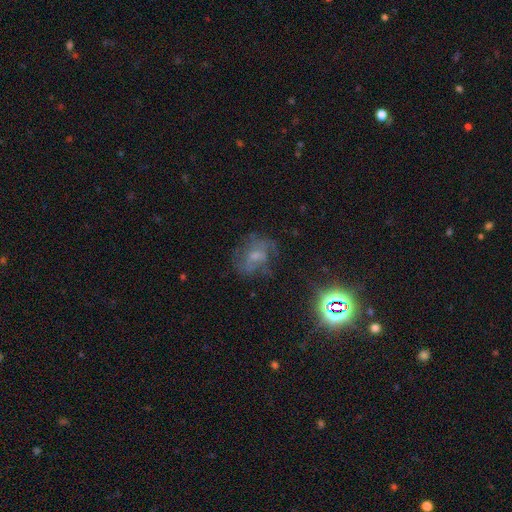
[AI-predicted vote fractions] This is possibly a featured or disk galaxy (45%). Merging: possibly none (56%).